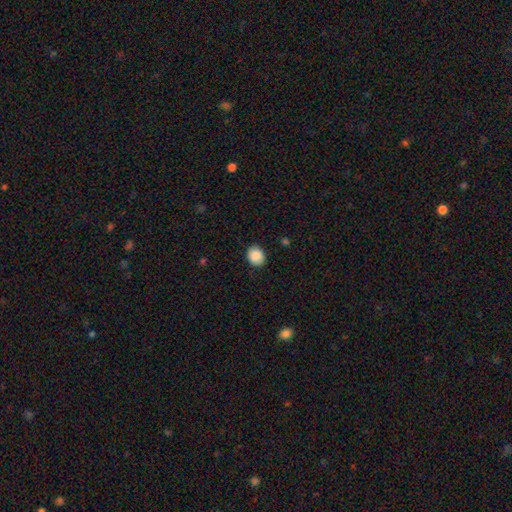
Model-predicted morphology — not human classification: The model was most divided on "how rounded": round: 59%, in between: 40%, cigar-shaped: 1%. More confident: smooth or featured — smooth (89%); merging — none (89%).